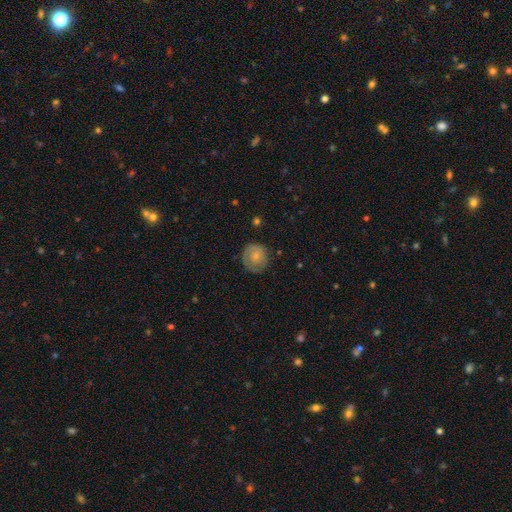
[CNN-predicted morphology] A smooth galaxy with no disk features (63%) that is round (85%). Merging: none (69%).